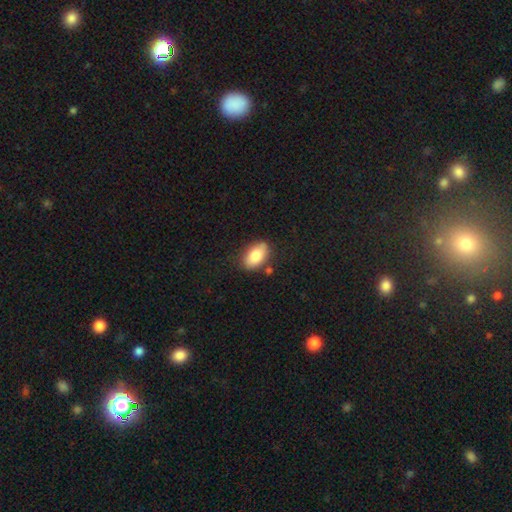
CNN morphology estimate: smooth_or_featured: smooth (p=0.82) [alt: featured or disk p=0.11]
how_rounded: in between (p=0.90) [alt: round p=0.08]
merging: none (p=0.78) [alt: minor disturbance p=0.15]